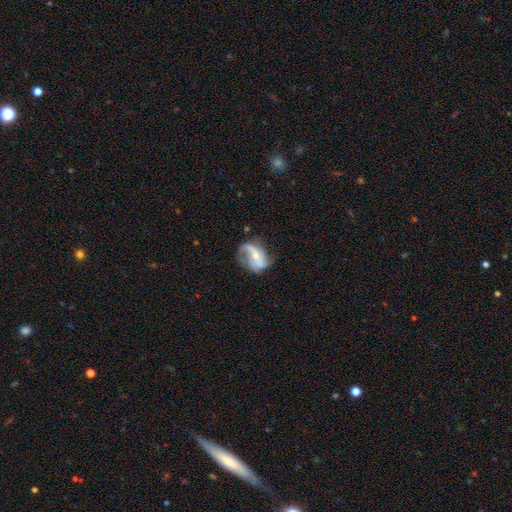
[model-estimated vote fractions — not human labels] Overall: featured or disk (77%). Edge-on disk: no (97%). Bar: no (48%; weak 32%). Spiral arms: yes (89%). Spiral arm count: 2 (73%). Spiral winding: loose (62%; medium 29%). Bulge size: small (54%; moderate 41%). Merging: none (52%; minor disturbance 25%).